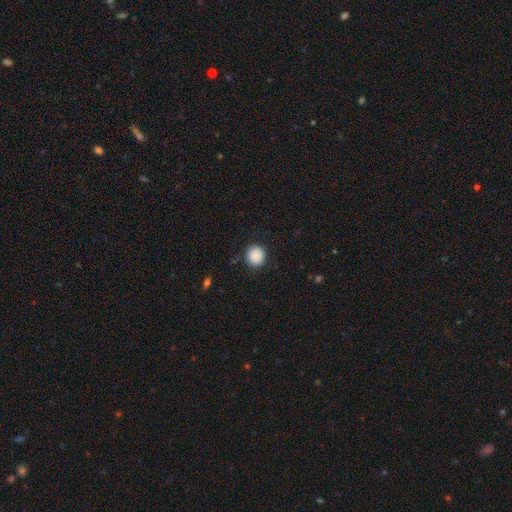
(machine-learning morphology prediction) Smooth or featured: smooth — 89% (star or artifact — 8%)
How rounded: round — 87% (in between — 12%)
Merging: none — 88% (minor disturbance — 8%)